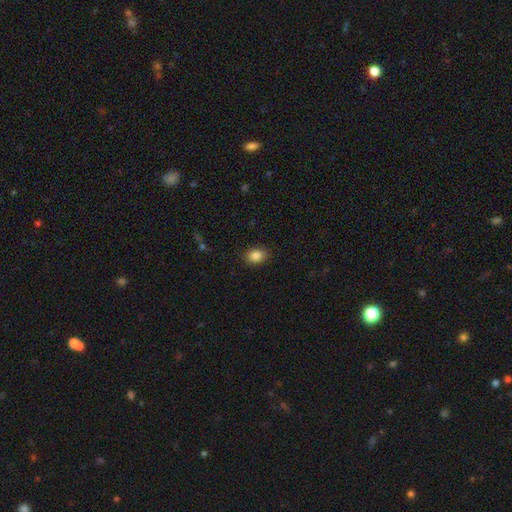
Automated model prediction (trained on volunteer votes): A smooth galaxy with no disk features (86%) that is in between round and cigar-shaped (71%). Merging: none (88%).